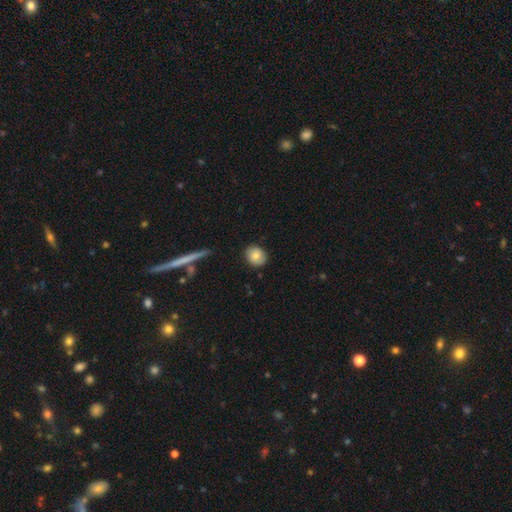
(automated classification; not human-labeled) Smooth or featured? Predicted: smooth (p=0.78). How rounded? Predicted: round (p=0.73). Merging? Predicted: none (p=0.86).